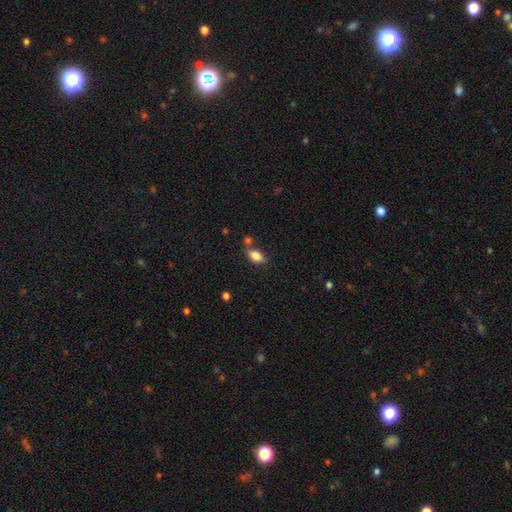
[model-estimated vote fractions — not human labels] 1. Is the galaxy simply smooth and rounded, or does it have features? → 83% smooth, 8% star or artifact, 8% featured or disk.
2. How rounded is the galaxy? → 88% in between, 7% round, 5% cigar-shaped.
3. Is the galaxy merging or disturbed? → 67% none, 15% minor disturbance, 14% merger, 4% major disturbance.